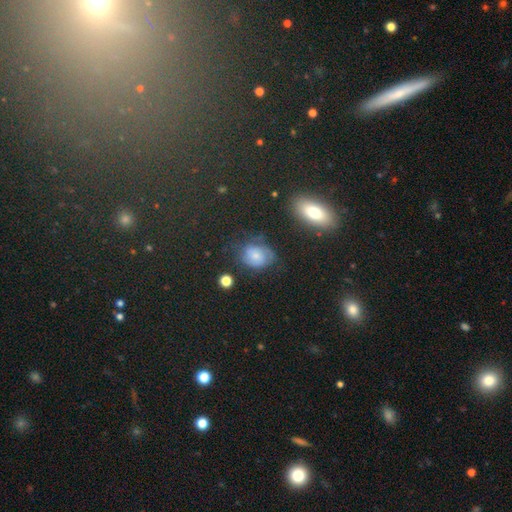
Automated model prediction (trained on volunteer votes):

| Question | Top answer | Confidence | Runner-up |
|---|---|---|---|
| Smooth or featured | smooth | 55% | featured or disk (30%) |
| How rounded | in between | 58% | round (41%) |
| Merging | none | 55% | minor disturbance (27%) |